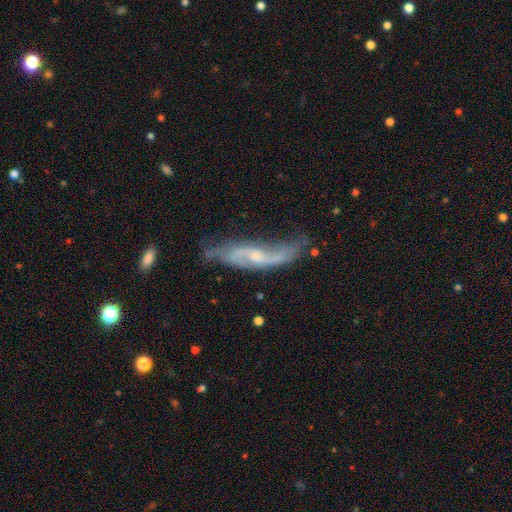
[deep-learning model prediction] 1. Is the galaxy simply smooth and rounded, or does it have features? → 78% featured or disk, 15% smooth, 7% star or artifact.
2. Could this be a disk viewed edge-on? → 77% no, 23% yes.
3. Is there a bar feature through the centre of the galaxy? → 47% no, 42% weak, 11% strong.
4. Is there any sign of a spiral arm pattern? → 90% yes, 10% no.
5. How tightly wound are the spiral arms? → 67% loose, 24% medium, 8% tight.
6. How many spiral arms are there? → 81% 2, 10% can't tell, 4% 1, 2% 3, 1% 4, 1% more than 4.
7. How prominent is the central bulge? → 53% small, 34% moderate, 10% none, 2% large, 1% dominant.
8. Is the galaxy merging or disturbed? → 51% none, 28% minor disturbance, 16% major disturbance, 5% merger.